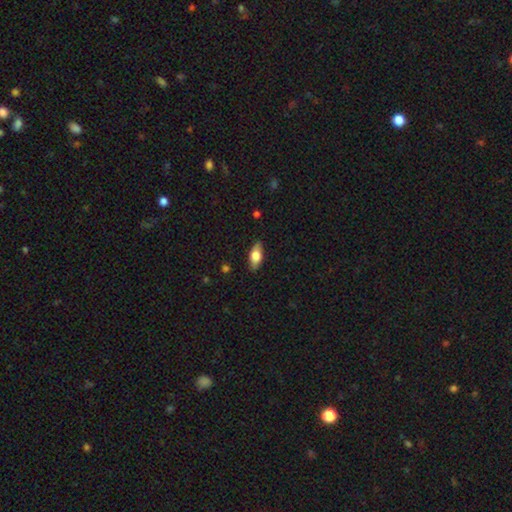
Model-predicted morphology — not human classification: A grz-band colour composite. It shows a smooth galaxy with no disk features (68%) that is in between round and cigar-shaped (82%). Merging: none (86%).